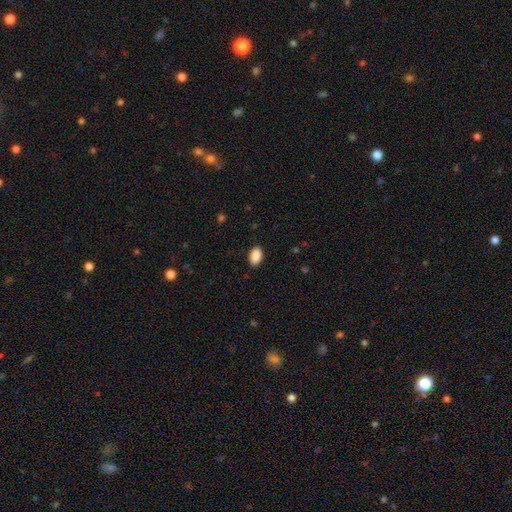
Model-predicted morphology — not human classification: The model was most divided on "merging": none: 89%, minor disturbance: 8%, major disturbance: 2%, merger: 1%. More confident: how rounded — in between (93%); smooth or featured — smooth (90%).